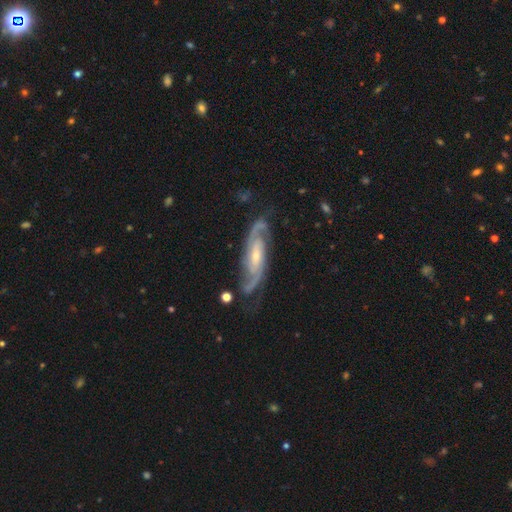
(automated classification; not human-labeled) This appears to be a featured or disk galaxy (90%) with no bar (40%), 2 (85%) medium (49%) spiral arms (98%) and a small central bulge (56%). Merging: none (77%).